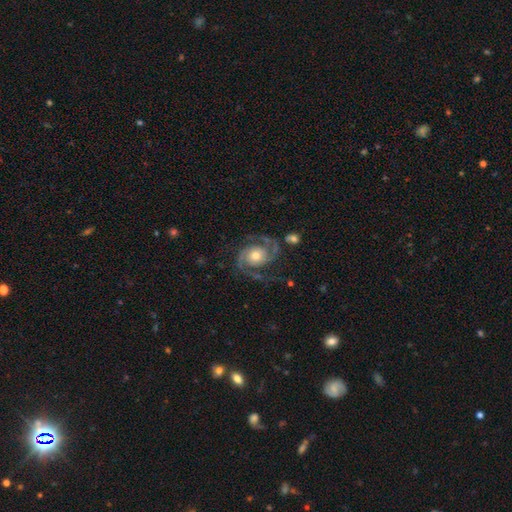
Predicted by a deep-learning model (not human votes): smooth-or-featured: featured or disk: 91% | star or artifact: 5% | smooth: 4%
  disk-edge-on: no: 98% | yes: 2%
    bar: no: 73% | weak: 20% | strong: 7%
    has-spiral-arms: yes: 98% | no: 2%
      spiral-winding: medium: 55% | tight: 26% | loose: 19%
      spiral-arm-count: 2: 93% | 3: 2% | can't tell: 2% | 1: 1% | 4: 1% | more than 4: 1%
    bulge-size: moderate: 65% | small: 23% | large: 9% | dominant: 1% | none: 1%
  merging: none: 74% | minor disturbance: 14% | major disturbance: 10% | merger: 2%